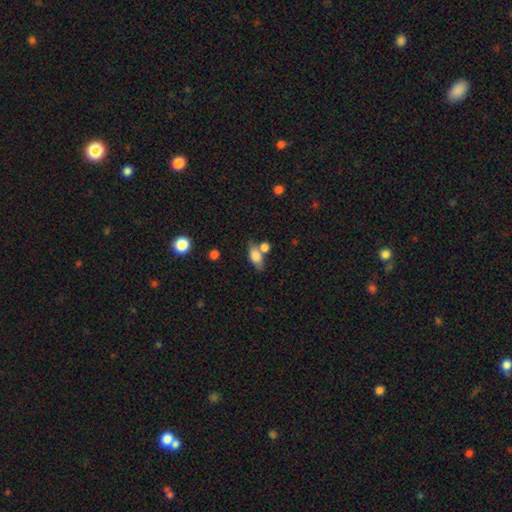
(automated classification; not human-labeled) A smooth galaxy with no disk features (73%) that is in between round and cigar-shaped (78%). Merging: none (52%).